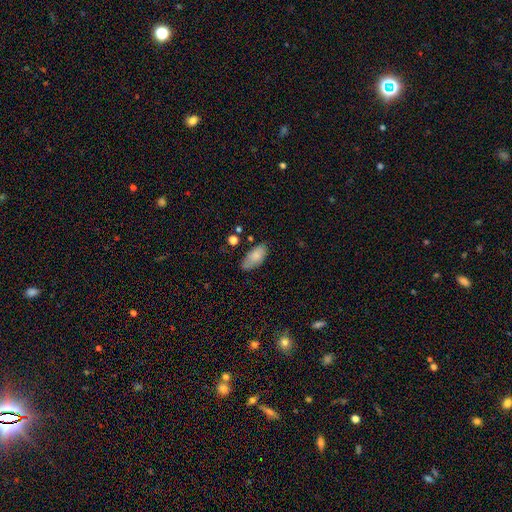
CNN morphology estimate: smooth 83%, featured or disk 10%, star or artifact 7%. Down the decision tree: how rounded — in between (91%); merging — none (72%).